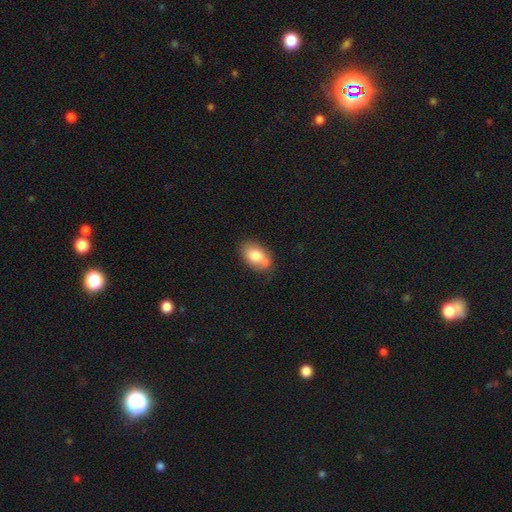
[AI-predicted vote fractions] smooth 76%, featured or disk 17%, star or artifact 8%. Down the decision tree: how rounded — in between (86%); merging — none (55%).